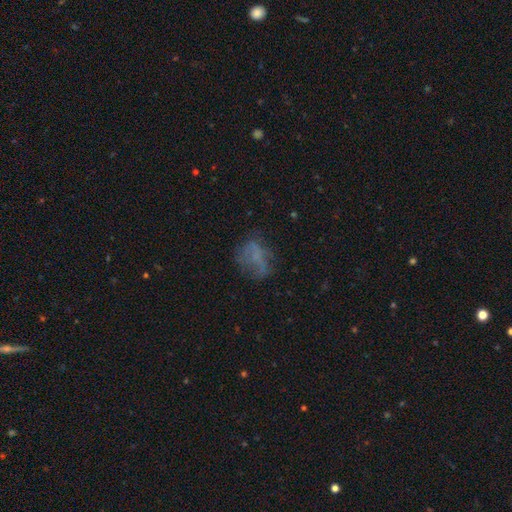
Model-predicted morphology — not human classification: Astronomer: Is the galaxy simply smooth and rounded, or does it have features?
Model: smooth — 43% (runner-up: featured or disk, 36%).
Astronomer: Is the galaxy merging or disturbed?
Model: none — 49% (runner-up: major disturbance, 26%).